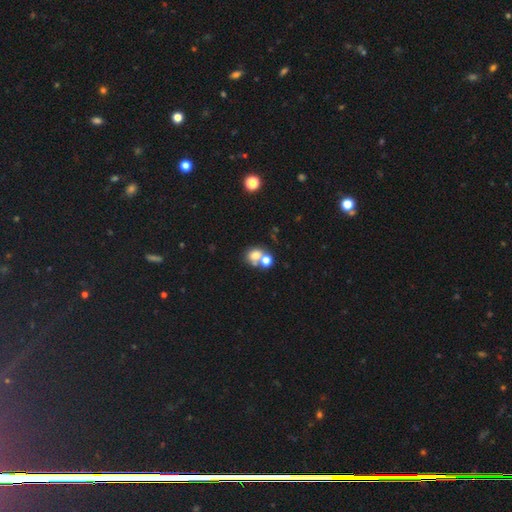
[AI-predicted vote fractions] Overall: smooth (72%). How rounded: round (62%; in between 37%). Merging: merger (47%; none 39%).